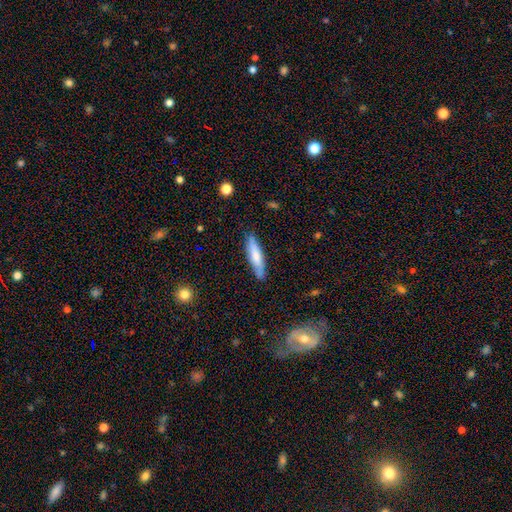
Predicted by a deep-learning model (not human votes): Smooth or featured? Predicted: smooth (p=0.70). How rounded? Predicted: cigar-shaped (p=0.75). Merging? Predicted: none (p=0.83).